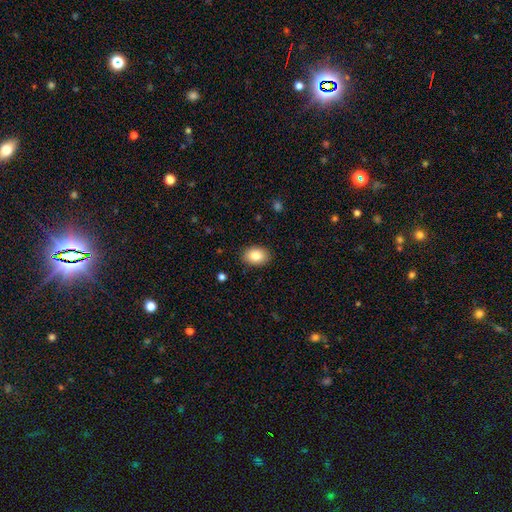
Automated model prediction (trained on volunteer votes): A smooth galaxy with no disk features (85%) that is in between round and cigar-shaped (76%).

Vote fractions:
- Smooth or featured? smooth: 85% / star or artifact: 8% / featured or disk: 7%
- How rounded? in between: 76% / round: 23% / cigar-shaped: 1%
- Merging? none: 89% / minor disturbance: 8% / major disturbance: 2% / merger: 1%